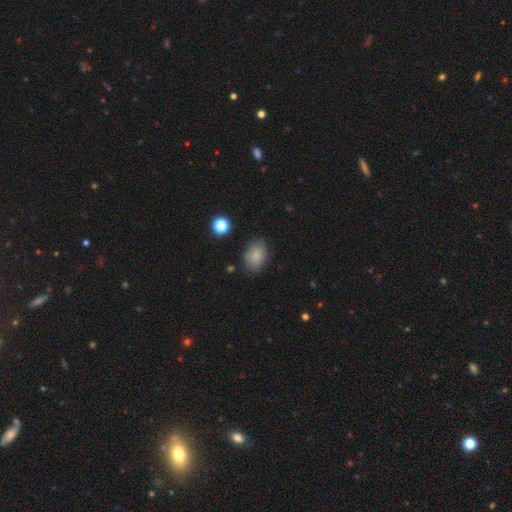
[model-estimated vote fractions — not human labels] Smooth or featured?
  - smooth: 78% *
  - featured or disk: 13%
  - star or artifact: 9%
How rounded?
  - in between: 75% *
  - round: 24%
  - cigar-shaped: 1%
Merging?
  - none: 79% *
  - minor disturbance: 16%
  - major disturbance: 4%
  - merger: 2%